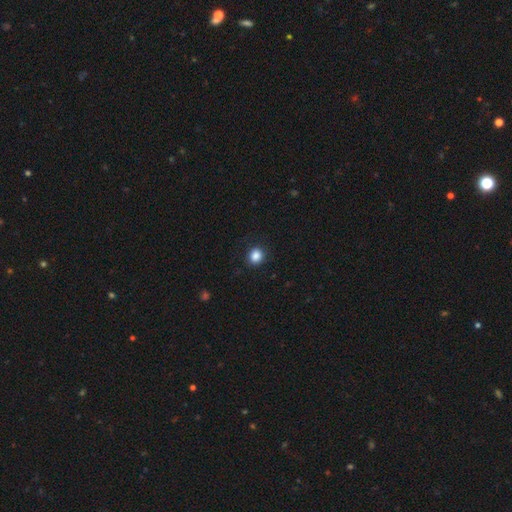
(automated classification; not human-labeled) smooth_or_featured: smooth (p=0.86) [alt: star or artifact p=0.11]
how_rounded: round (p=0.83) [alt: in between p=0.16]
merging: none (p=0.89) [alt: minor disturbance p=0.08]